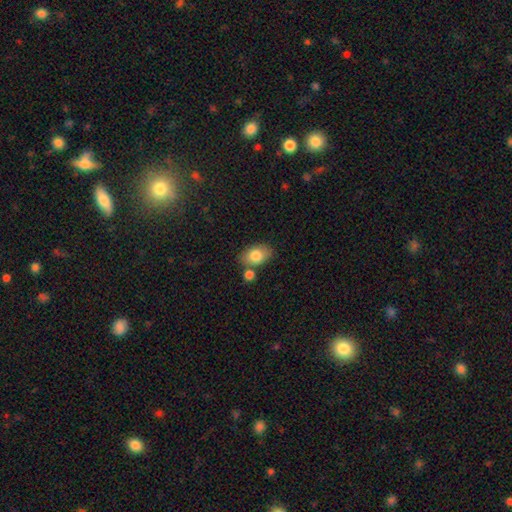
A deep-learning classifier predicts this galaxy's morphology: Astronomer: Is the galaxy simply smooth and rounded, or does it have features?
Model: smooth — 81%.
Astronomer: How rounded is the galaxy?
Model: in between — 85%.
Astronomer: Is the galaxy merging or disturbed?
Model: none — 69%.